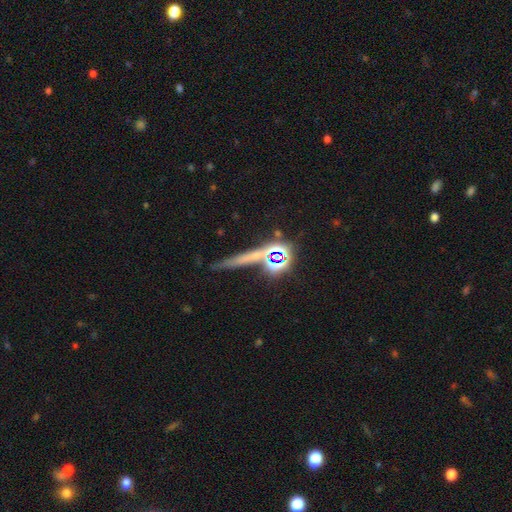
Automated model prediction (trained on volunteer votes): star or artifact 48%, smooth 30%, featured or disk 22%.